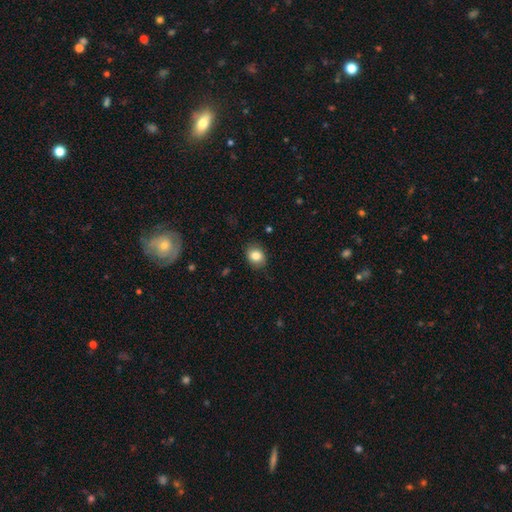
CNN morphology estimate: smooth_or_featured: smooth (p=0.84) [alt: star or artifact p=0.09]
how_rounded: in between (p=0.50) [alt: round p=0.49]
merging: none (p=0.86) [alt: minor disturbance p=0.11]